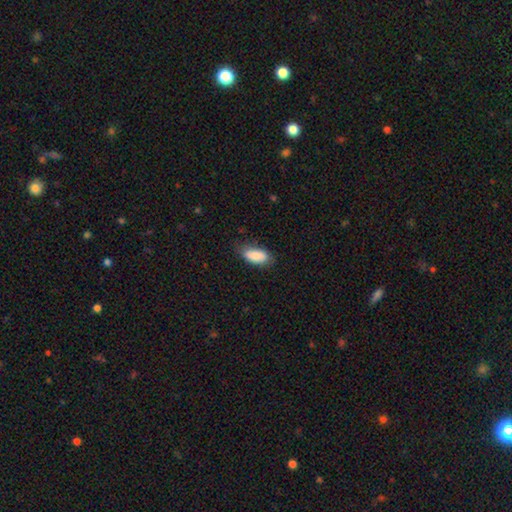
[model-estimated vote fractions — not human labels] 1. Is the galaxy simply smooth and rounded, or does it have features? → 86% smooth, 7% featured or disk, 6% star or artifact.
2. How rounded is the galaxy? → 88% in between, 10% cigar-shaped, 2% round.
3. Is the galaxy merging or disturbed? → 72% none, 22% minor disturbance, 4% major disturbance, 1% merger.